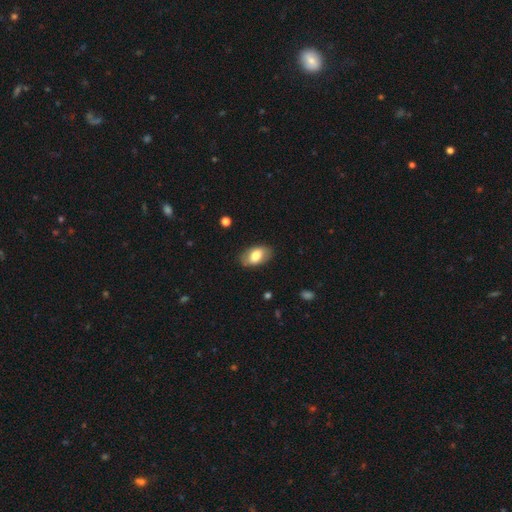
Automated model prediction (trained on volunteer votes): Smooth or featured? Predicted: smooth (p=0.73). How rounded? Predicted: in between (p=0.92). Merging? Predicted: none (p=0.83).